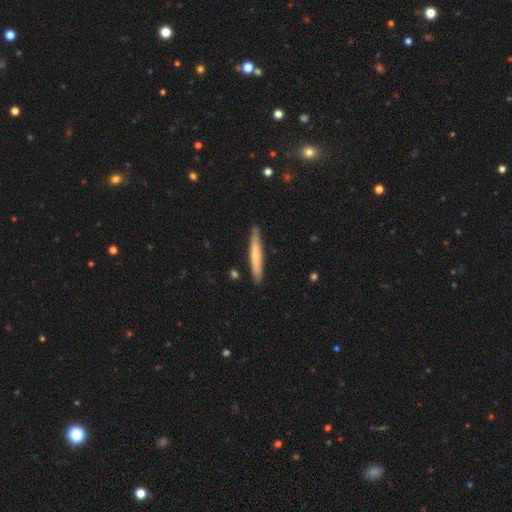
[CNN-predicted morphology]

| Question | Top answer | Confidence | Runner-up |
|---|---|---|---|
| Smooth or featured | smooth | 62% | featured or disk (33%) |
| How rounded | cigar-shaped | 95% | in between (4%) |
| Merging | none | 89% | minor disturbance (8%) |